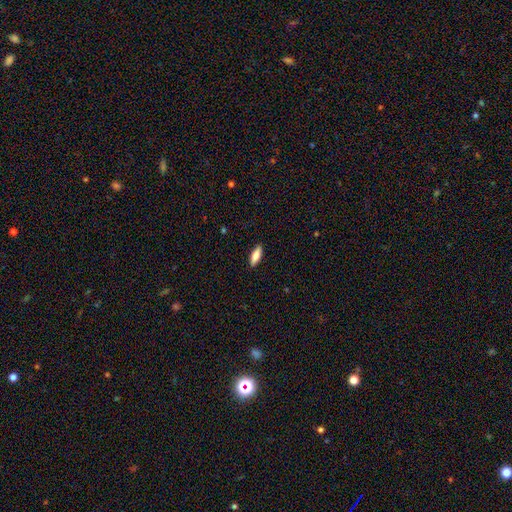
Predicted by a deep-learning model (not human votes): Q: Smooth or featured?
A: smooth (80%); runner-up: featured or disk (14%)
Q: How rounded?
A: in between (59%); runner-up: cigar-shaped (39%)
Q: Merging?
A: none (90%); runner-up: minor disturbance (8%)